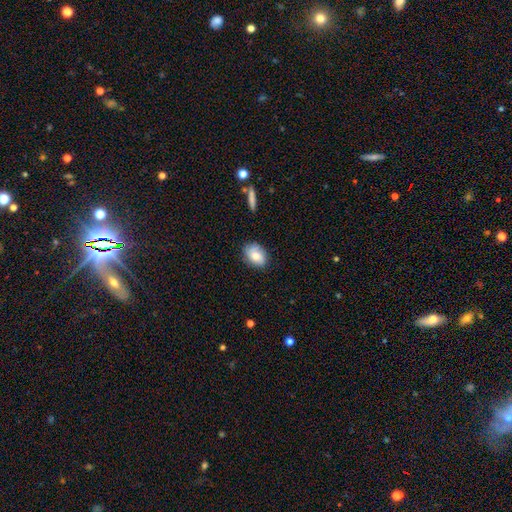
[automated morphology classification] Smooth or featured?
  - smooth: 73% *
  - featured or disk: 19%
  - star or artifact: 8%
How rounded?
  - in between: 76% *
  - round: 23%
  - cigar-shaped: 1%
Merging?
  - none: 77% *
  - minor disturbance: 18%
  - major disturbance: 3%
  - merger: 2%